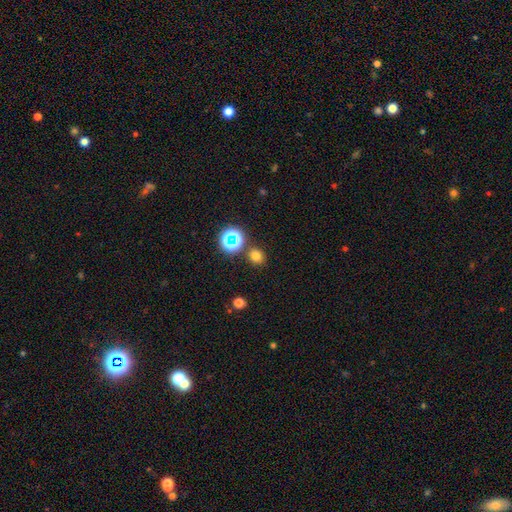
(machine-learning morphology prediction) Smooth or featured? Predicted: smooth (p=0.71). How rounded? Predicted: round (p=0.79). Merging? Predicted: none (p=0.84).